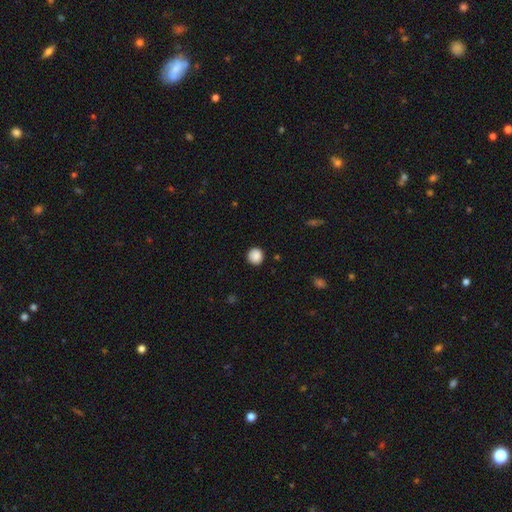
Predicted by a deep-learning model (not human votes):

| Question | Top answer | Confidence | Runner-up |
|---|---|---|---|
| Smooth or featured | smooth | 88% | star or artifact (9%) |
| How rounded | round | 89% | in between (10%) |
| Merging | none | 89% | minor disturbance (7%) |